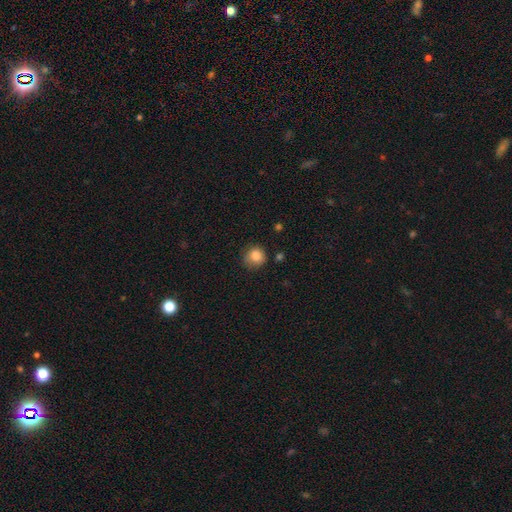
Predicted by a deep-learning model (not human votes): Smooth or featured? Predicted: smooth (p=0.85). How rounded? Predicted: round (p=0.86). Merging? Predicted: none (p=0.68).